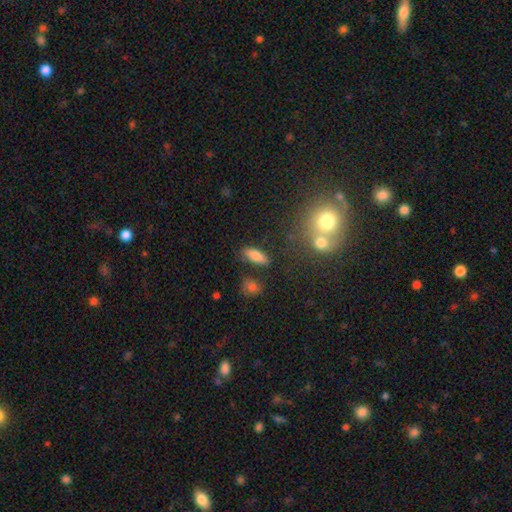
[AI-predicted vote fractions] Overall: smooth (77%). How rounded: in between (67%; cigar-shaped 30%). Merging: none (80%).